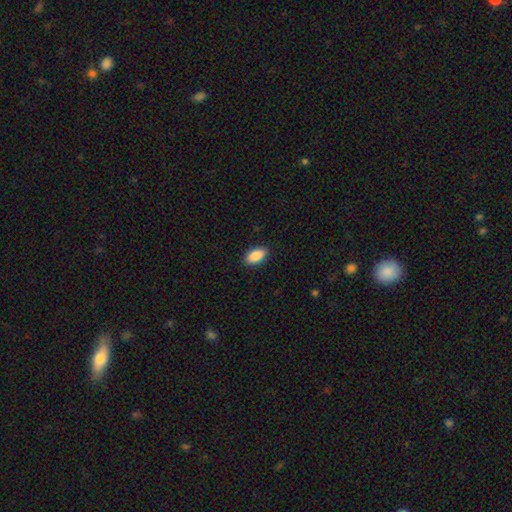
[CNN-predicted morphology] Smooth or featured? Predicted: smooth (p=0.89). How rounded? Predicted: in between (p=0.93). Merging? Predicted: none (p=0.89).